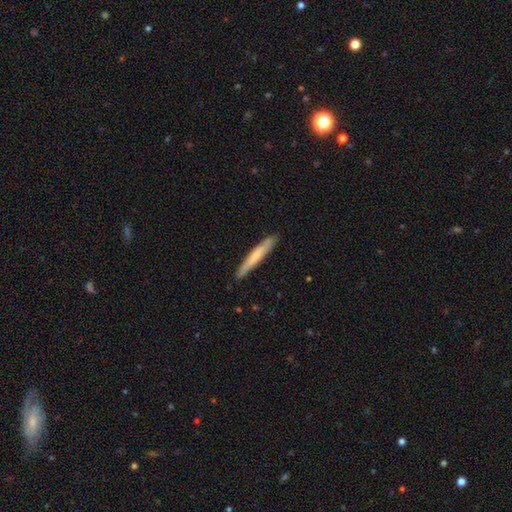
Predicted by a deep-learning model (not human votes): A smooth galaxy with no disk features (65%) that is cigar-shaped (95%).

Vote fractions:
- Smooth or featured? smooth: 65% / featured or disk: 30% / star or artifact: 5%
- How rounded? cigar-shaped: 95% / in between: 3% / round: 1%
- Merging? none: 89% / minor disturbance: 8% / major disturbance: 1% / merger: 1%